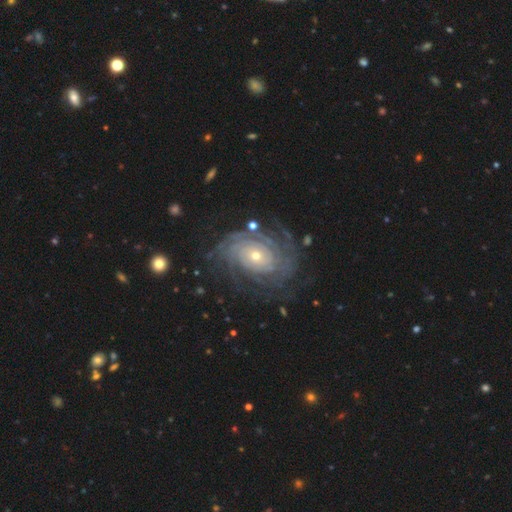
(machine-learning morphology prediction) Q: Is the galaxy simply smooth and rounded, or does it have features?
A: featured or disk — 88%.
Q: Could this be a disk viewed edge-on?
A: no — 97%.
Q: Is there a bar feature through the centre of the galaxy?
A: no — 77%.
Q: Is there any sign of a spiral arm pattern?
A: yes — 96%.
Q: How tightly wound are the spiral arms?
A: tight — 76%.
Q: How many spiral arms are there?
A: can't tell — 36%.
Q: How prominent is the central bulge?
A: small — 60%.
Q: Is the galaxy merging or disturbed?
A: none — 71%.